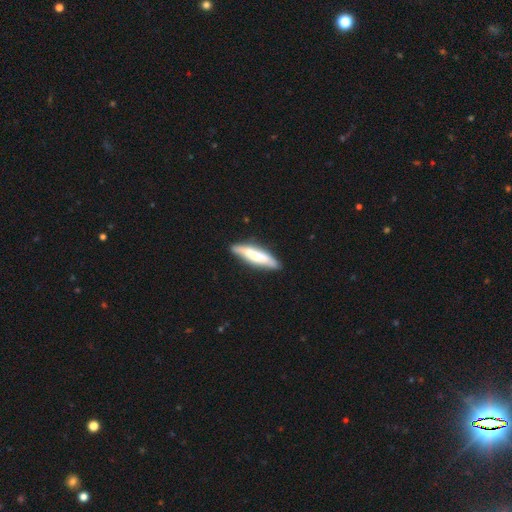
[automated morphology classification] This appears to be a smooth galaxy with no disk features (59%) that is cigar-shaped (78%). Merging: none (79%).